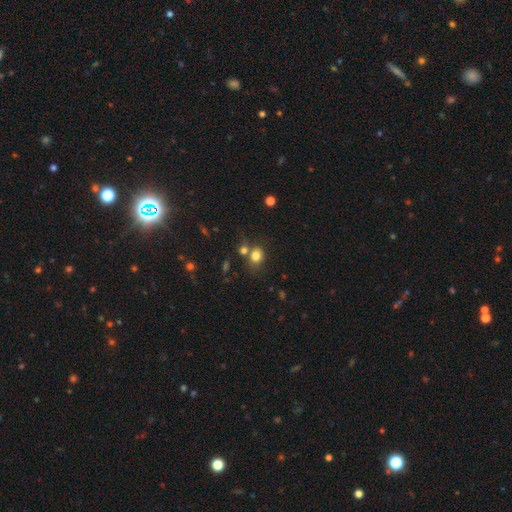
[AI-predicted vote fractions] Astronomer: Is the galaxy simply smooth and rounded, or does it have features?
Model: smooth — 79%.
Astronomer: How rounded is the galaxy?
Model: round — 64%.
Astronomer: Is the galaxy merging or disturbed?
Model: none — 58%.